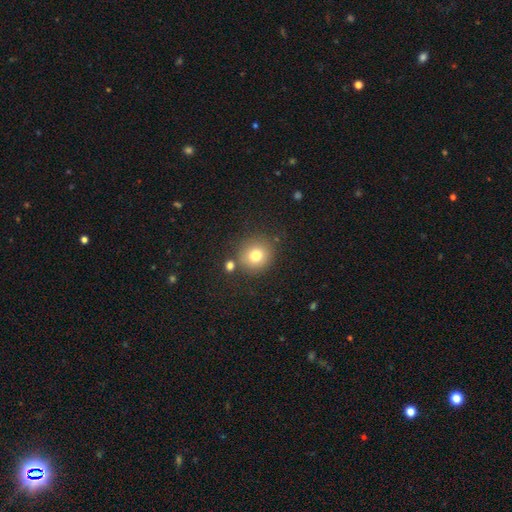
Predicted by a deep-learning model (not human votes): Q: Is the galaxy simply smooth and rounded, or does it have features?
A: smooth — 78%.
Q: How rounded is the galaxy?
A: round — 88%.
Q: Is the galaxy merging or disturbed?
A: none — 79%.